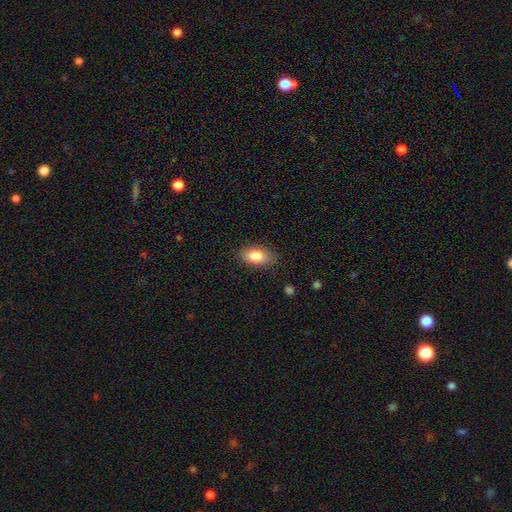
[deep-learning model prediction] A smooth galaxy with no disk features (81%) that is in between round and cigar-shaped (89%). Merging: none (85%).